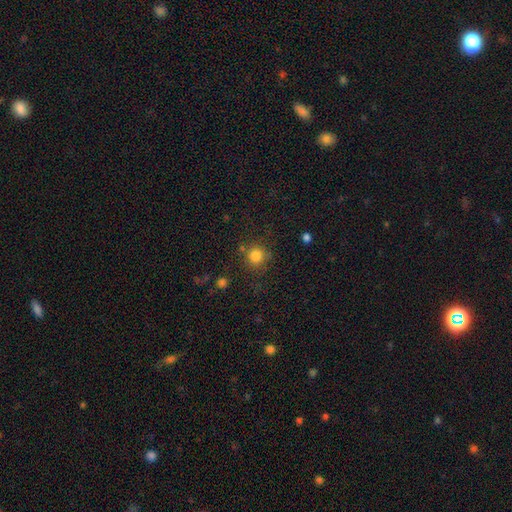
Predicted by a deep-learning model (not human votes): This appears to be a smooth galaxy with no disk features (82%) that is round (93%). Merging: none (80%).